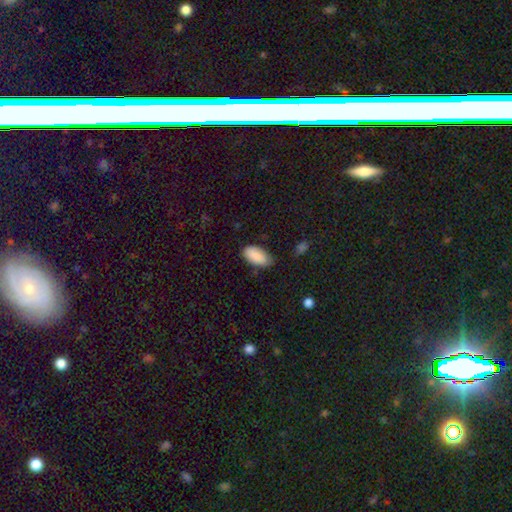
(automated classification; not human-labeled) Morphology: type=smooth (89%); roundness=in between (94%); merging=none (71%).